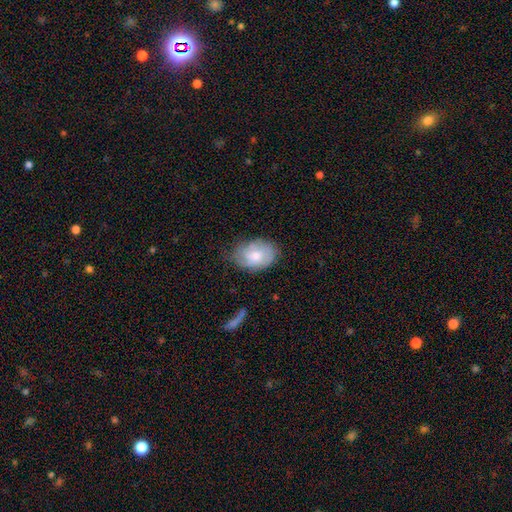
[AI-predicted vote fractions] Smooth or featured? Predicted: smooth (p=0.61). How rounded? Predicted: in between (p=0.80). Merging? Predicted: none (p=0.65).